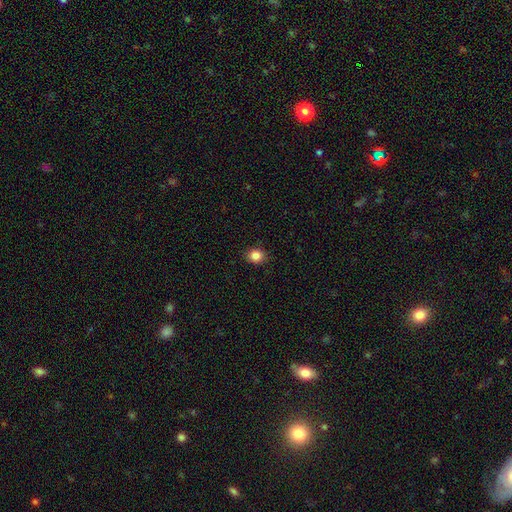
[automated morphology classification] Smooth or featured? Predicted: smooth (p=0.85). How rounded? Predicted: round (p=0.71). Merging? Predicted: none (p=0.90).